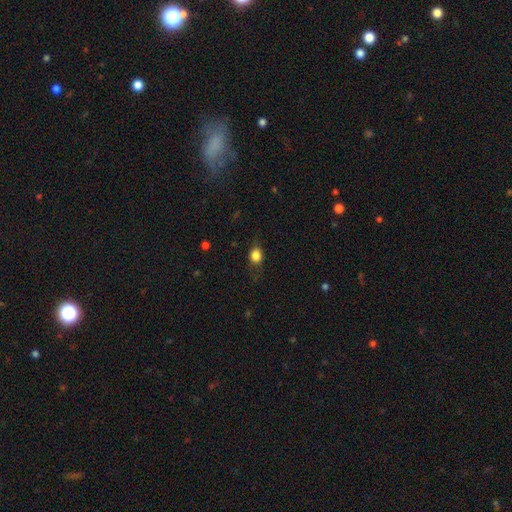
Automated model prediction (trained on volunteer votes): Q: Smooth or featured?
A: smooth (82%); runner-up: star or artifact (10%)
Q: How rounded?
A: round (57%); runner-up: in between (42%)
Q: Merging?
A: none (70%); runner-up: minor disturbance (20%)